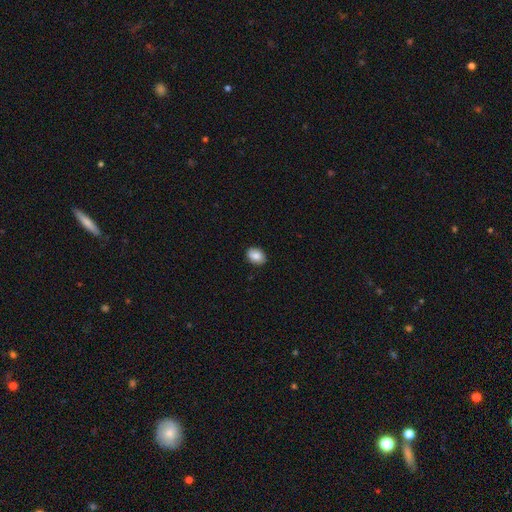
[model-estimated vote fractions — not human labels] This is clearly a smooth galaxy (87%). How rounded: likely in between (71%). Merging: clearly none (90%).